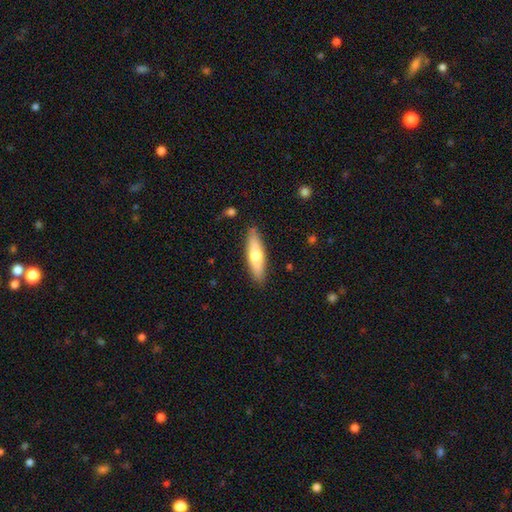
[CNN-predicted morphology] smooth 62%, featured or disk 33%, star or artifact 5%. Down the decision tree: how rounded — cigar-shaped (69%); merging — none (87%).